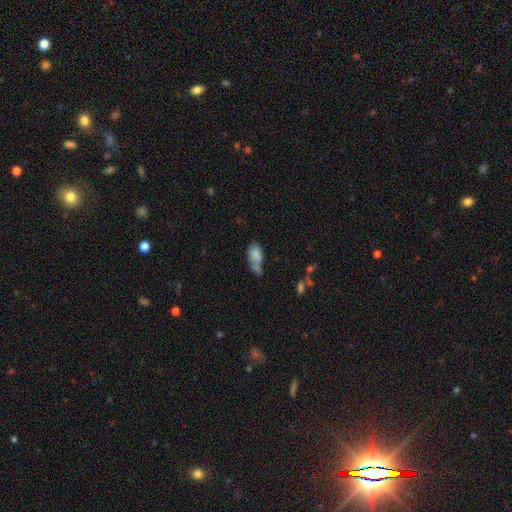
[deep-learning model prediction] Smooth or featured: smooth — 73% (featured or disk — 17%)
How rounded: in between — 87% (cigar-shaped — 8%)
Merging: merger — 28% (minor disturbance — 27%)